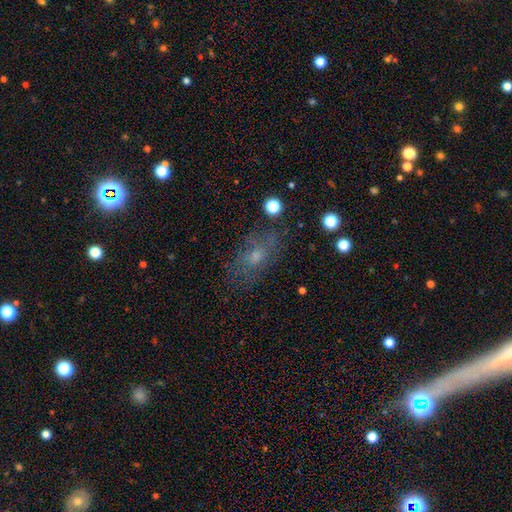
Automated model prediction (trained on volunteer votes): Smooth or featured: smooth — 50% (featured or disk — 32%)
Merging: none — 69% (minor disturbance — 18%)